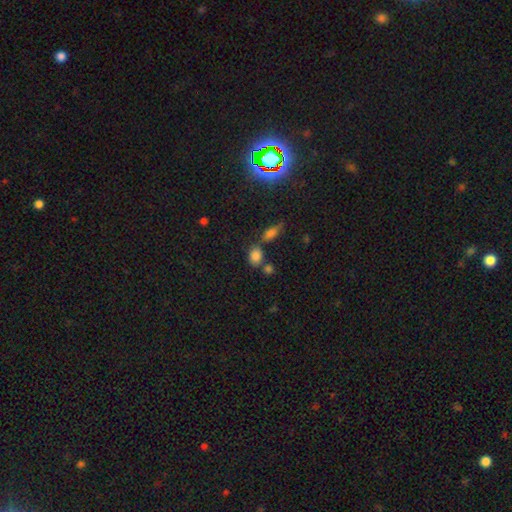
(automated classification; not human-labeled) Smooth or featured? Predicted: smooth (p=0.82). How rounded? Predicted: in between (p=0.66). Merging? Predicted: none (p=0.58).